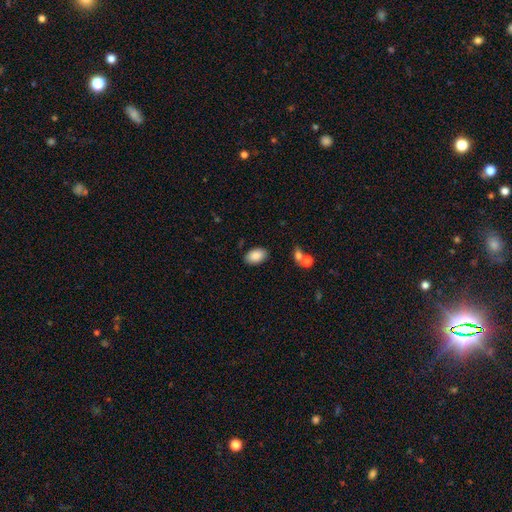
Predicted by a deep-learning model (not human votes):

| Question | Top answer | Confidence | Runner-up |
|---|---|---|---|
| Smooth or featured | smooth | 86% | star or artifact (7%) |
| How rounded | in between | 90% | round (9%) |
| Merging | none | 85% | minor disturbance (10%) |